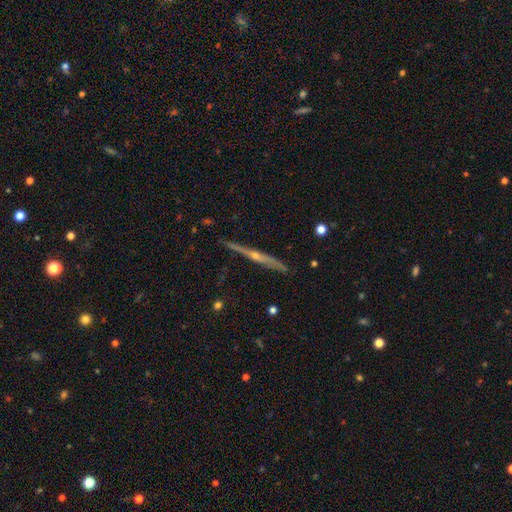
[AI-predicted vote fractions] Smooth or featured? featured or disk (81%)
Edge-on disk? yes (97%)
Edge-on bulge? rounded (81%)
Merging? none (86%)